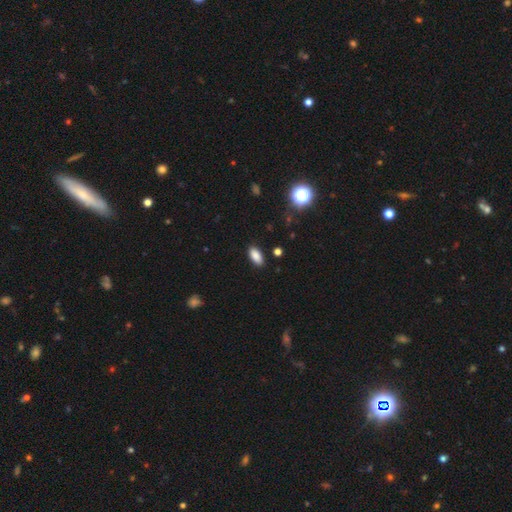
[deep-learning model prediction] The model was most divided on "smooth or featured": smooth: 86%, star or artifact: 9%, featured or disk: 4%. More confident: how rounded — in between (89%); merging — none (87%).